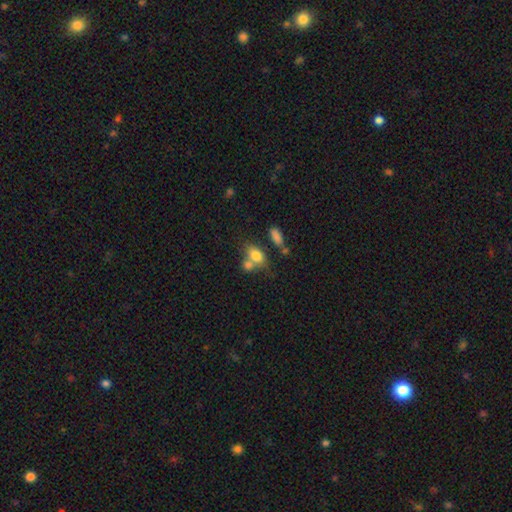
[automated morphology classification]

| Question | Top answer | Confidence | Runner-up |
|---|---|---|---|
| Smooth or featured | smooth | 78% | featured or disk (12%) |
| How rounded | in between | 78% | round (19%) |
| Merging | none | 41% | tied: merger (41%) |